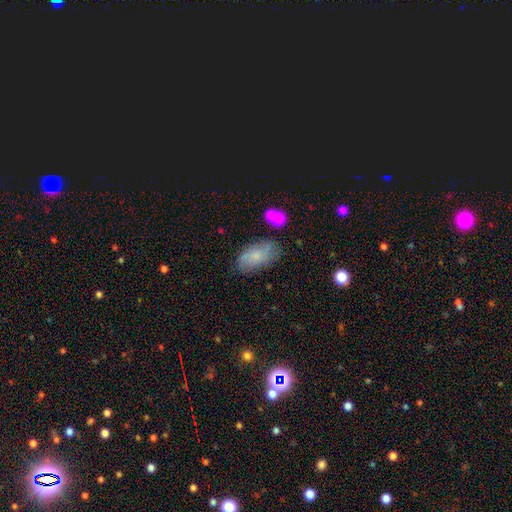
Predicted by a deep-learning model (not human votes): smooth 55%, featured or disk 36%, star or artifact 10%. Down the decision tree: how rounded — in between (90%); merging — none (65%).